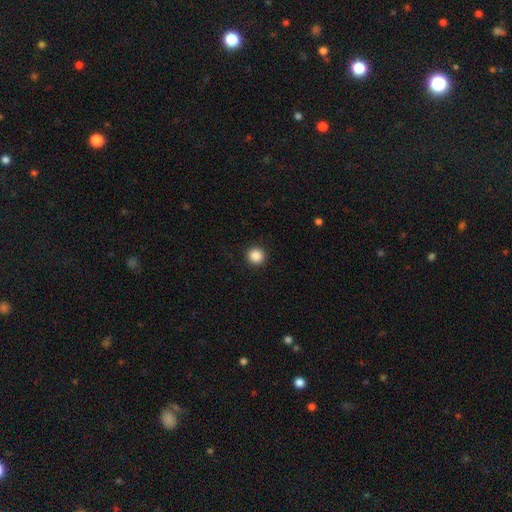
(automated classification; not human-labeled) smooth 88%, star or artifact 10%, featured or disk 3%. Down the decision tree: how rounded — round (95%); merging — none (93%).